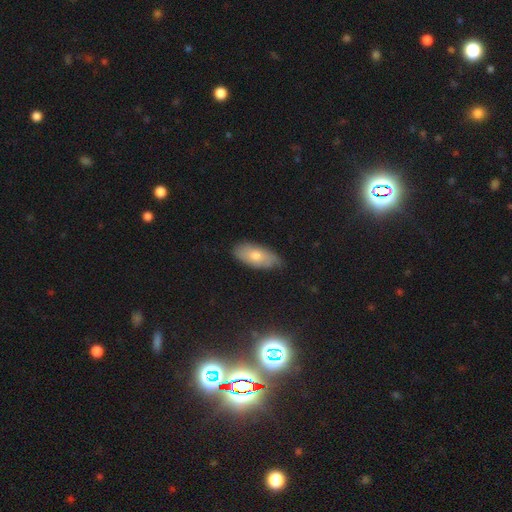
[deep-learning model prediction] Smooth or featured? smooth (64%)
How rounded? in between (87%)
Merging? none (76%)